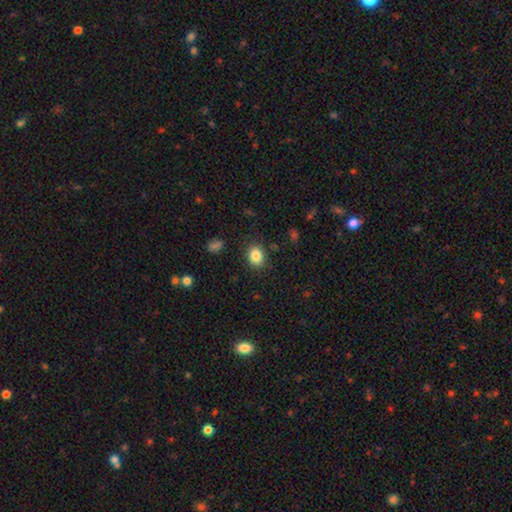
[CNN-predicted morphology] type=smooth (85%); roundness=in between (53%); merging=none (86%).